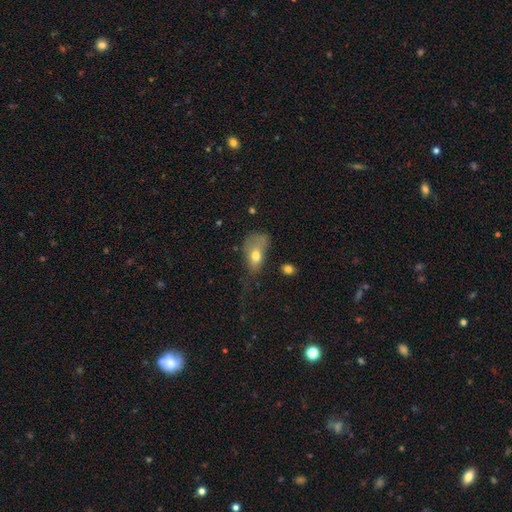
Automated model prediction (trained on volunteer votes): A smooth galaxy with no disk features (70%) that is in between round and cigar-shaped (86%). Merging: major disturbance (46%).